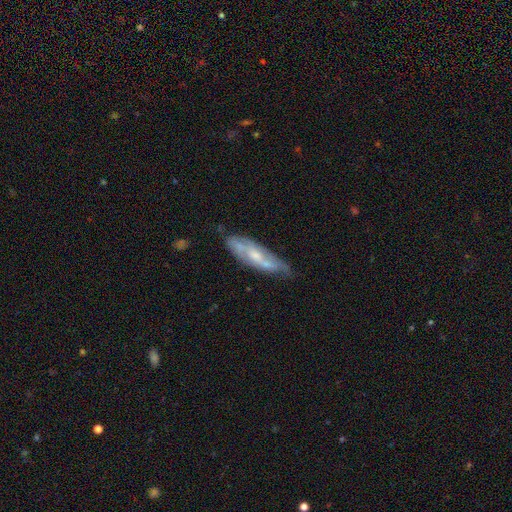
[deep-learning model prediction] This appears to be a featured or disk galaxy (64%). Merging: none (61%).